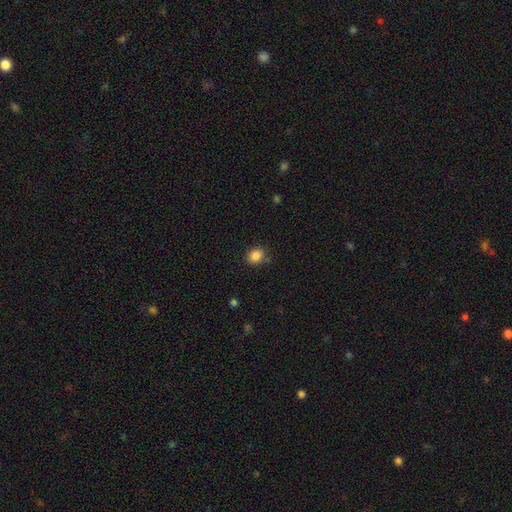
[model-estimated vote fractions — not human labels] Overall: smooth (85%). How rounded: round (69%; in between 30%). Merging: none (82%).